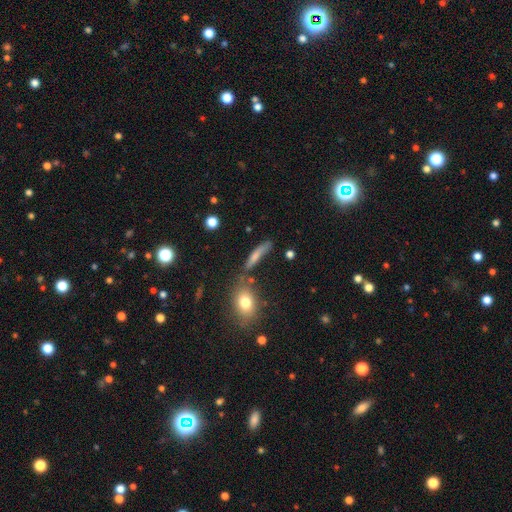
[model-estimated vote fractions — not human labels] The model was most divided on "merging": none: 61%, minor disturbance: 20%, merger: 11%, major disturbance: 8%. More confident: how rounded — cigar-shaped (78%); smooth or featured — smooth (68%).